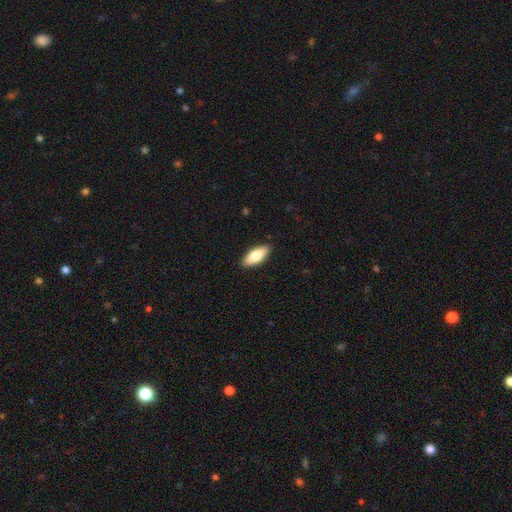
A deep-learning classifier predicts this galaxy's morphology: This is likely a smooth galaxy (80%). How rounded: likely in between (78%). Merging: clearly none (89%).